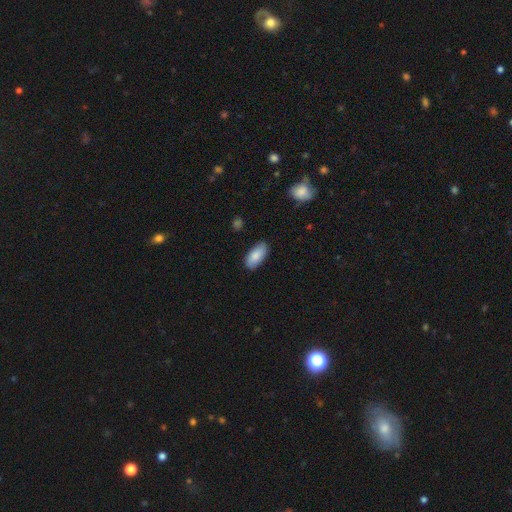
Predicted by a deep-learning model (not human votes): smooth_or_featured: smooth (p=0.86) [alt: featured or disk p=0.08]
how_rounded: in between (p=0.91) [alt: cigar-shaped p=0.07]
merging: none (p=0.85) [alt: minor disturbance p=0.12]